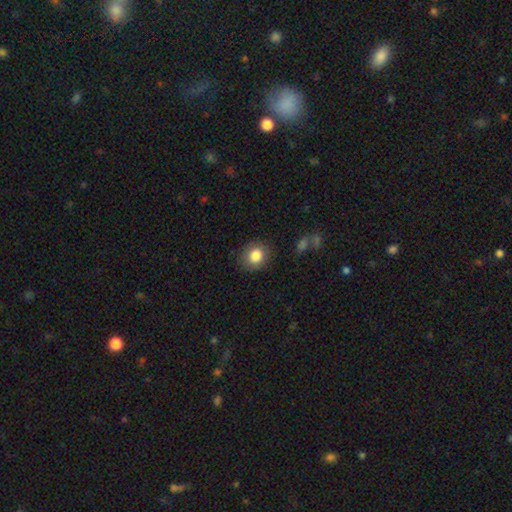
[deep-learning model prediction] This is clearly a smooth galaxy (83%). How rounded: likely round (77%). Merging: clearly none (85%).